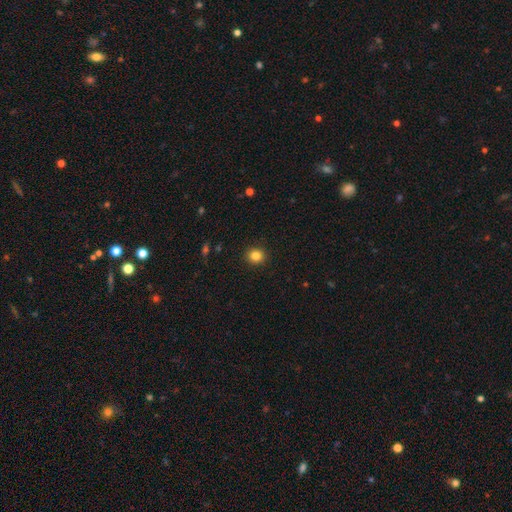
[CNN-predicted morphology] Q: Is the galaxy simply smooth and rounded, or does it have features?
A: smooth — 84%.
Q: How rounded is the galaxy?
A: round — 86%.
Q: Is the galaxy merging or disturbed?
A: none — 92%.